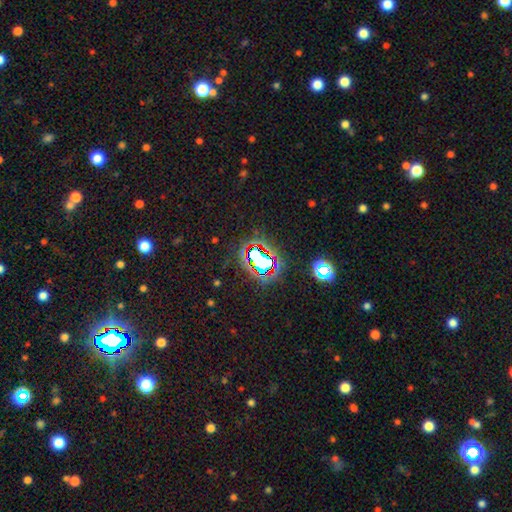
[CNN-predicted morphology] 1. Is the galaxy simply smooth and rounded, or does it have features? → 64% star or artifact, 20% smooth, 16% featured or disk.